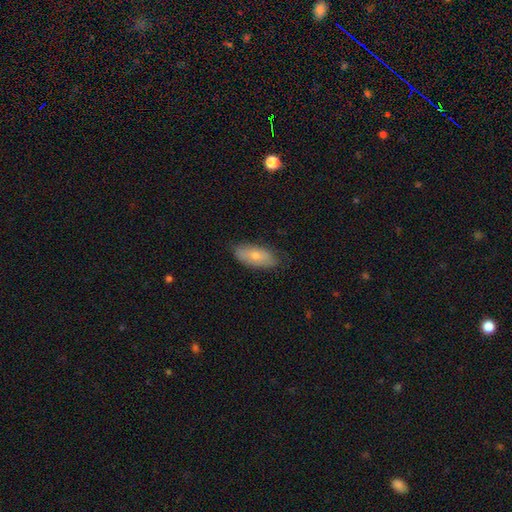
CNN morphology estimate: This is likely a smooth galaxy (69%). How rounded: clearly in between (87%). Merging: likely none (77%).